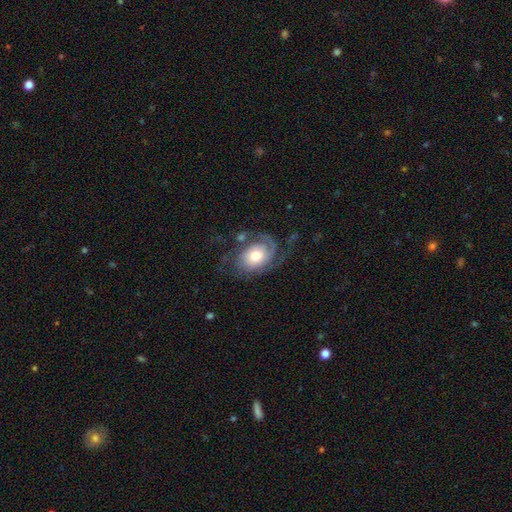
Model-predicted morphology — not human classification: smooth_or_featured: featured or disk (p=0.76) [alt: smooth p=0.18]
disk_edge_on: no (p=0.97) [alt: yes p=0.03]
bar: no (p=0.77) [alt: weak p=0.19]
has_spiral_arms: yes (p=0.92) [alt: no p=0.08]
spiral_winding: tight (p=0.40) [alt: medium p=0.37]
spiral_arm_count: 2 (p=0.50) [alt: 1 p=0.19]
bulge_size: moderate (p=0.60) [alt: large p=0.20]
merging: none (p=0.54) [alt: major disturbance p=0.24]